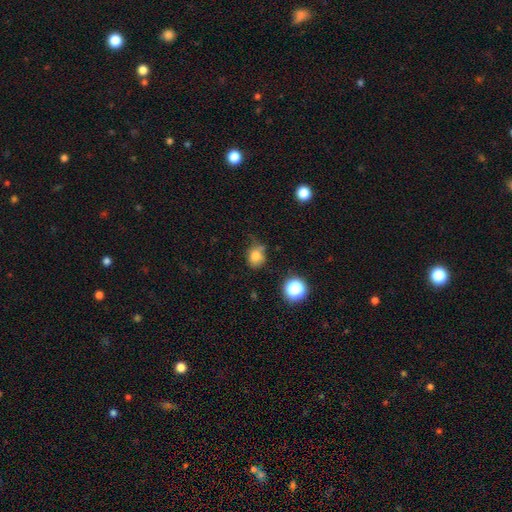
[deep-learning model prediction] smooth-or-featured: smooth: 78% | star or artifact: 14% | featured or disk: 8%
  how-rounded: round: 61% | in between: 38% | cigar-shaped: 1%
  merging: none: 54% | minor disturbance: 31% | major disturbance: 9% | merger: 6%